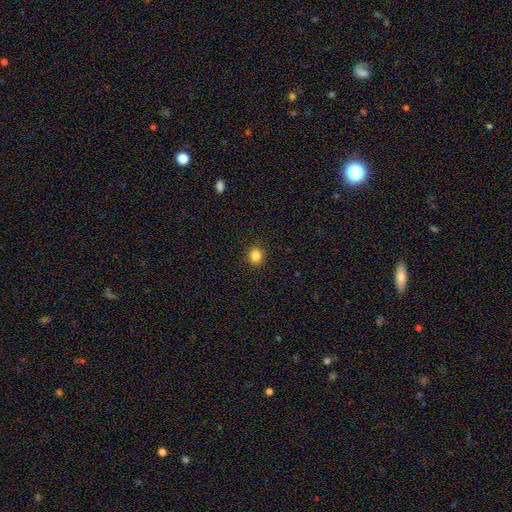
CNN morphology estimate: The model was most divided on "how rounded": round: 84%, in between: 15%, cigar-shaped: 1%. More confident: merging — none (91%); smooth or featured — smooth (84%).